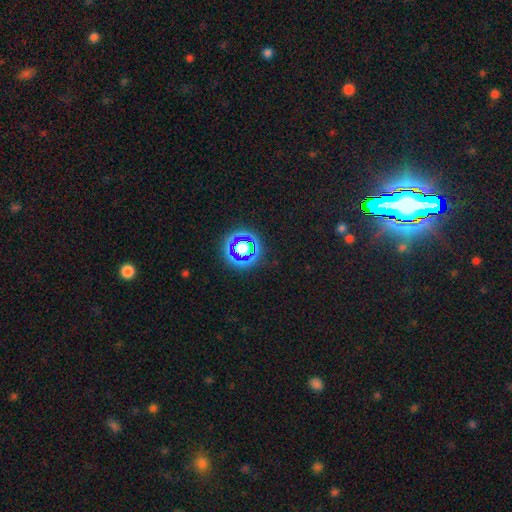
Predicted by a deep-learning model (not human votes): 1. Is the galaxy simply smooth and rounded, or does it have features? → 79% star or artifact, 13% smooth, 8% featured or disk.